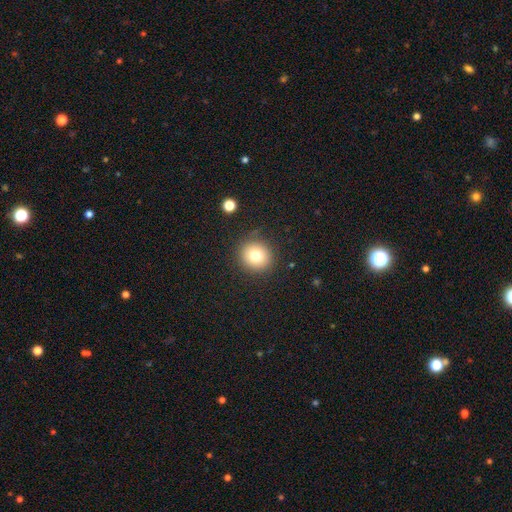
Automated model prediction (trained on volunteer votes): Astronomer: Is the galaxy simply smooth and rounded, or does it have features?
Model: smooth — 77%.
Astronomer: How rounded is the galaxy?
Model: round — 89%.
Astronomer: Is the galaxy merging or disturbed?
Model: none — 87%.